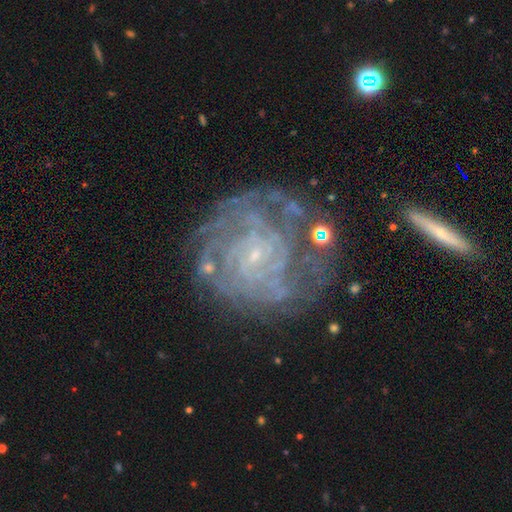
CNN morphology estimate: type=featured or disk (85%); edge-on=no (97%); bar=no (67%); spiral arms=yes (93%); winding=tight (76%); arm count=can't tell (37%); bulge=small (86%); merging=none (64%).